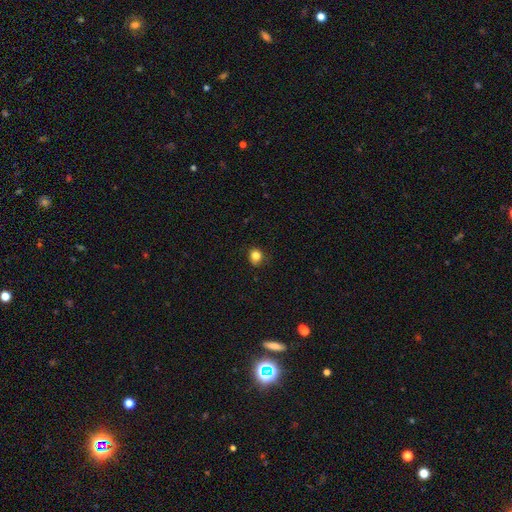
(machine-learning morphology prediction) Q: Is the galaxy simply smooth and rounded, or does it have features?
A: smooth — 83%.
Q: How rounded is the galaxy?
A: round — 72%.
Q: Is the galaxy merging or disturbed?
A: none — 77%.